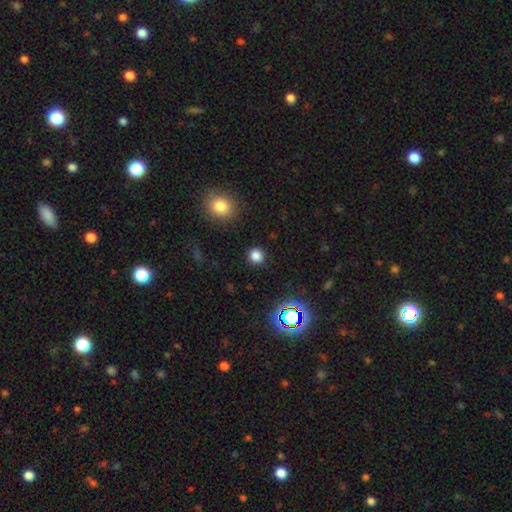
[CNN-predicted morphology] This is likely a smooth galaxy (79%). How rounded: clearly round (92%). Merging: clearly none (91%).